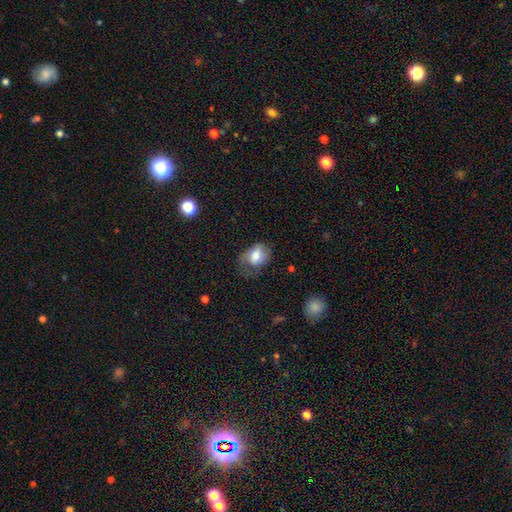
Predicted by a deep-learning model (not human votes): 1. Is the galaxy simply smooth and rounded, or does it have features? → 68% smooth, 25% featured or disk, 8% star or artifact.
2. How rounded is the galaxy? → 73% in between, 26% round, 1% cigar-shaped.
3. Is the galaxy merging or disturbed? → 35% none, 32% major disturbance, 31% minor disturbance, 2% merger.